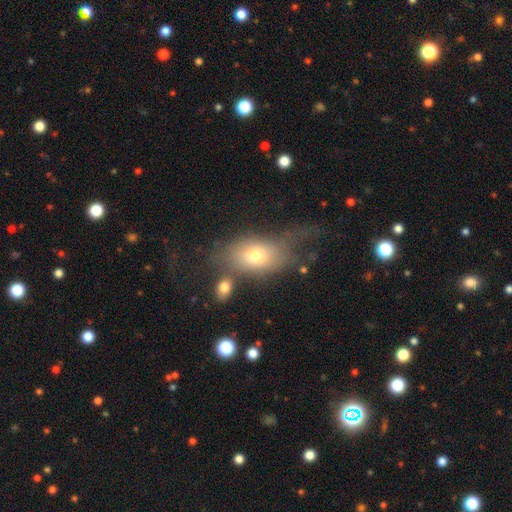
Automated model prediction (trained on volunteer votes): Smooth or featured: smooth — 64% (featured or disk — 24%)
How rounded: in between — 82% (round — 12%)
Merging: none — 35% (major disturbance — 33%)